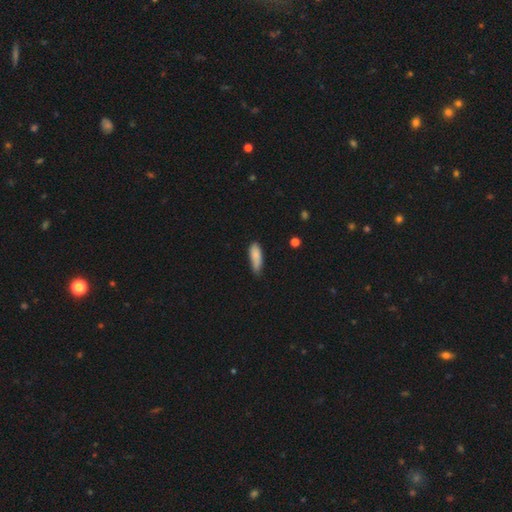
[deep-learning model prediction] Q: Smooth or featured?
A: smooth (85%); runner-up: featured or disk (8%)
Q: How rounded?
A: in between (55%); runner-up: cigar-shaped (43%)
Q: Merging?
A: none (57%); runner-up: minor disturbance (35%)